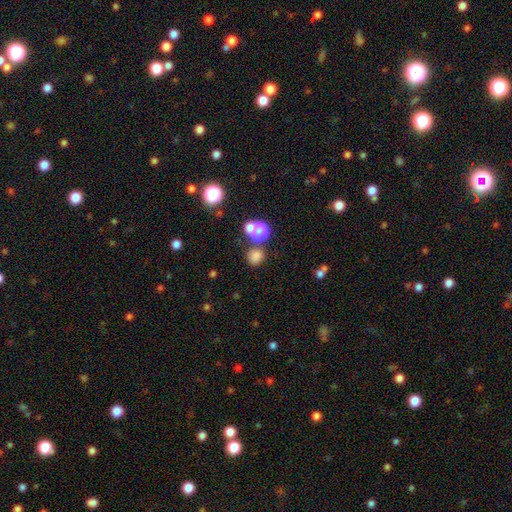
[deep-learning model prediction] Q: Smooth or featured?
A: smooth (74%); runner-up: star or artifact (20%)
Q: How rounded?
A: round (84%); runner-up: in between (15%)
Q: Merging?
A: none (70%); runner-up: merger (16%)